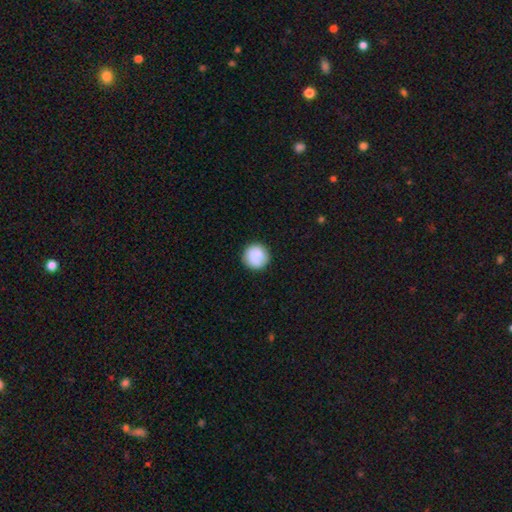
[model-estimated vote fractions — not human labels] Morphology: type=smooth (82%); roundness=round (94%); merging=none (85%).